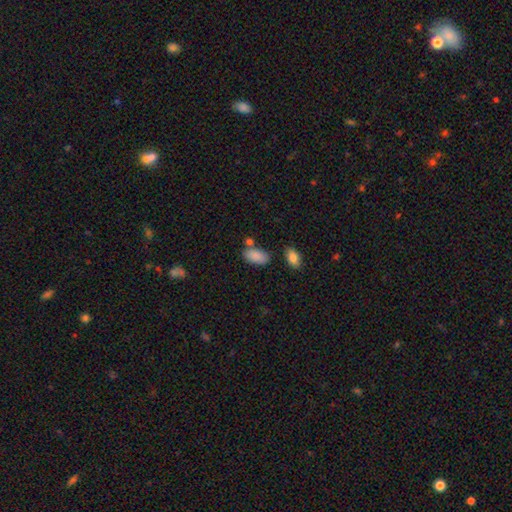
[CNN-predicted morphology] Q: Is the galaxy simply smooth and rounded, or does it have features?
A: smooth — 87%.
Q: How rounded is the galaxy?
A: in between — 94%.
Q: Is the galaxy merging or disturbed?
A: none — 69%.